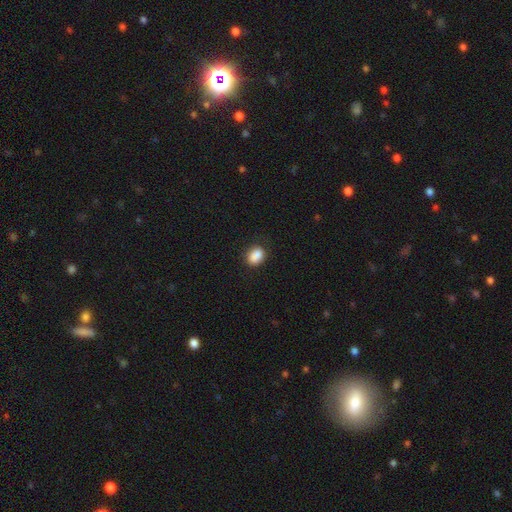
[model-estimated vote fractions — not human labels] smooth-or-featured: smooth: 87% | star or artifact: 9% | featured or disk: 4%
  how-rounded: in between: 68% | round: 30% | cigar-shaped: 2%
  merging: none: 76% | minor disturbance: 18% | major disturbance: 4% | merger: 2%